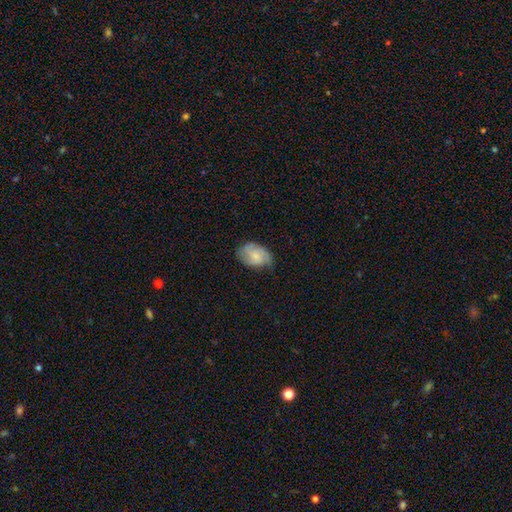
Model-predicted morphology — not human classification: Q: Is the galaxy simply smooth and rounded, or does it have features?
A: smooth — 52%.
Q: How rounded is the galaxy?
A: in between — 83%.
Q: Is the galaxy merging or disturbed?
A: none — 58%.